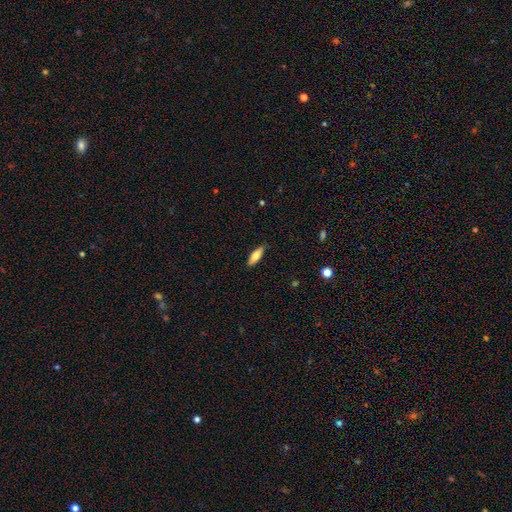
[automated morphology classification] This appears to be a smooth galaxy with no disk features (74%) that is in between round and cigar-shaped (61%). Merging: none (86%).